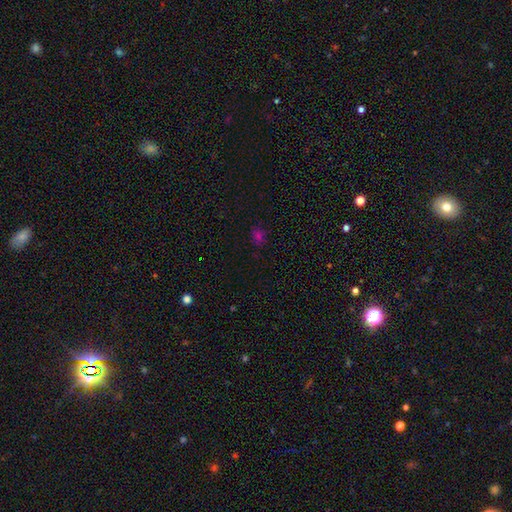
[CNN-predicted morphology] Smooth or featured? Predicted: smooth (p=0.57). How rounded? Predicted: in between (p=0.50). Merging? Predicted: none (p=0.79).